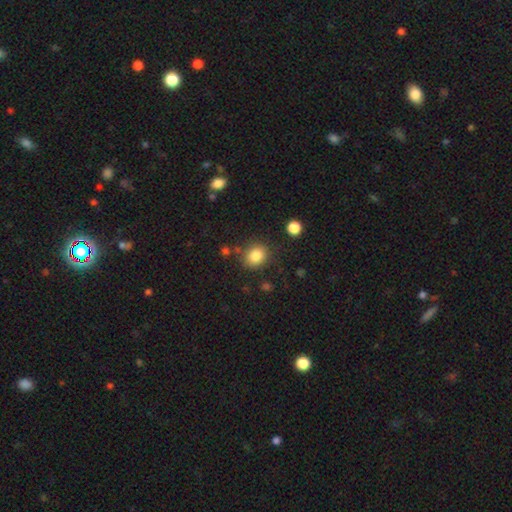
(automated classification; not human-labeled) A smooth galaxy with no disk features (83%) that is round (70%).

Vote fractions:
- Smooth or featured? smooth: 83% / star or artifact: 11% / featured or disk: 6%
- How rounded? round: 70% / in between: 29% / cigar-shaped: 1%
- Merging? none: 81% / minor disturbance: 11% / merger: 4% / major disturbance: 4%